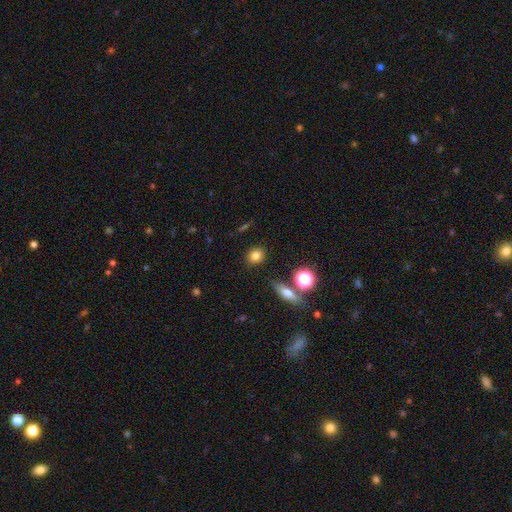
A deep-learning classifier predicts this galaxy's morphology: This appears to be a smooth galaxy with no disk features (80%) that is round (69%). Merging: none (86%).